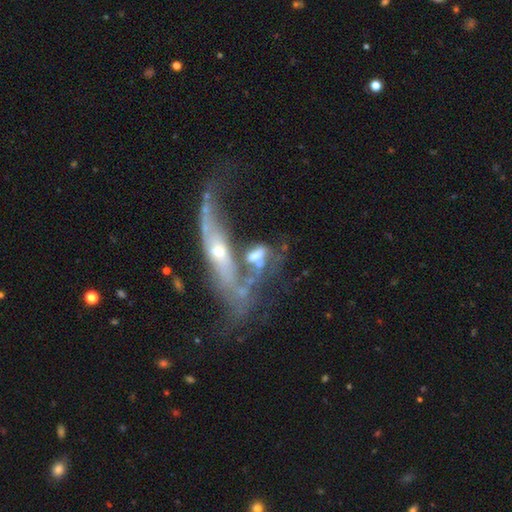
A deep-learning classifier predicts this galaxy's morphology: This appears to be a featured or disk galaxy (52%). Merging: merger (41%).